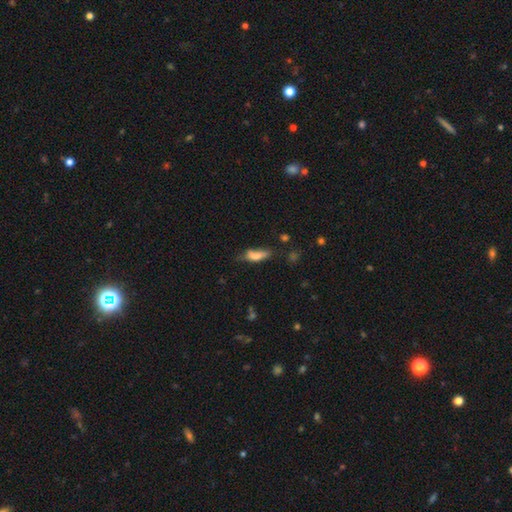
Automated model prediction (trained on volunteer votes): The model was most divided on "merging": none: 43%, minor disturbance: 32%, major disturbance: 17%, merger: 8%. More confident: smooth or featured — smooth (73%); how rounded — in between (57%).